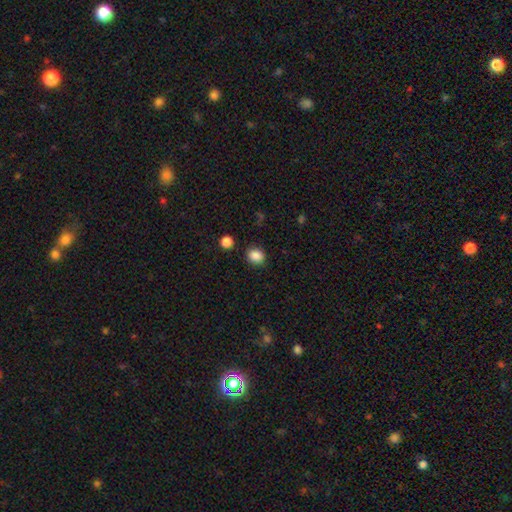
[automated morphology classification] smooth_or_featured: smooth (p=0.87) [alt: star or artifact p=0.10]
how_rounded: round (p=0.67) [alt: in between p=0.32]
merging: none (p=0.87) [alt: minor disturbance p=0.08]